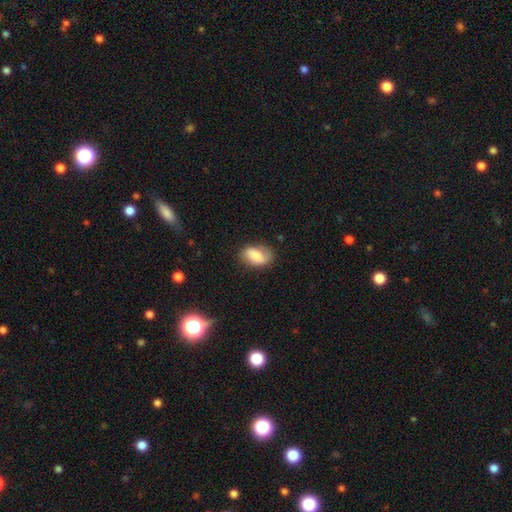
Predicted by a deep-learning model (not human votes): The model was most divided on "merging": none: 68%, minor disturbance: 23%, major disturbance: 7%, merger: 2%. More confident: how rounded — in between (89%); smooth or featured — smooth (71%).